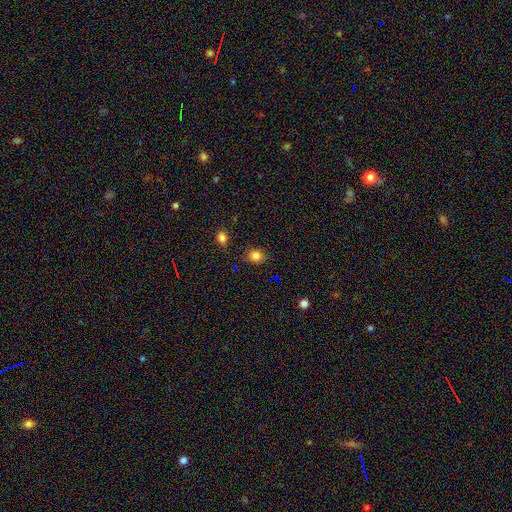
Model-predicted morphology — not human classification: type=smooth (82%); roundness=round (65%); merging=none (83%).